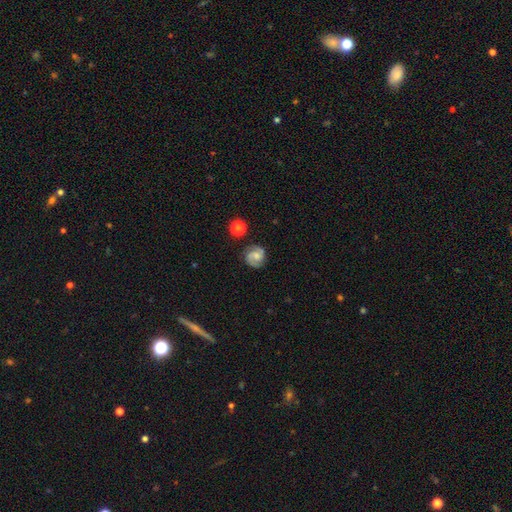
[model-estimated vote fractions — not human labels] Smooth or featured: featured or disk — 70% (smooth — 22%)
Edge-on disk: no — 98% (yes — 2%)
Bar: no — 52% (weak — 41%)
Spiral arms: yes — 95% (no — 5%)
Spiral winding: medium — 49% (tight — 33%)
Spiral arm count: 2 — 88% (can't tell — 6%)
Bulge size: small — 45% (moderate — 39%)
Merging: none — 82% (minor disturbance — 12%)